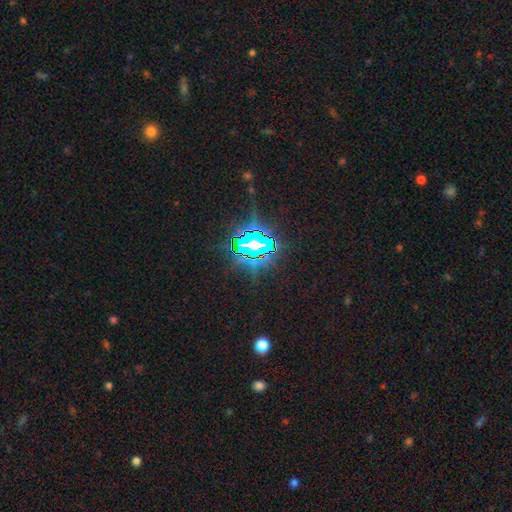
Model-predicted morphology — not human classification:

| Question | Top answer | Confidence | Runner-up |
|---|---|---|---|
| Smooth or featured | star or artifact | 80% | smooth (10%) |